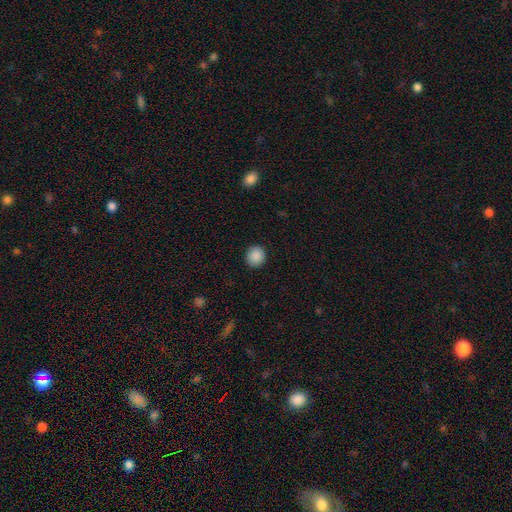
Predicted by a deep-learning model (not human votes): Smooth or featured: smooth — 89% (star or artifact — 8%)
How rounded: round — 88% (in between — 11%)
Merging: none — 92% (minor disturbance — 5%)